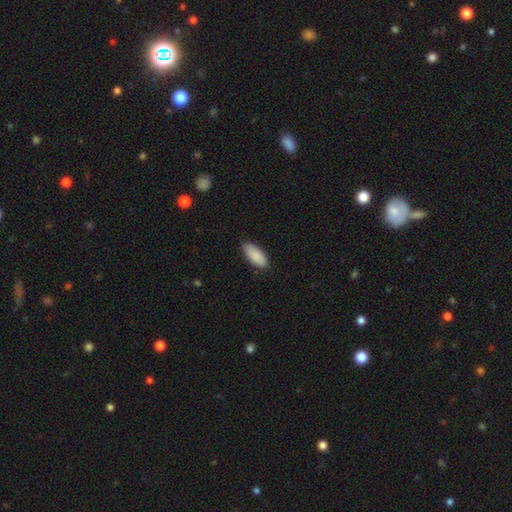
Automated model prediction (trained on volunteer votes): smooth_or_featured: smooth (p=0.89) [alt: star or artifact p=0.06]
how_rounded: in between (p=0.87) [alt: cigar-shaped p=0.12]
merging: none (p=0.86) [alt: minor disturbance p=0.11]